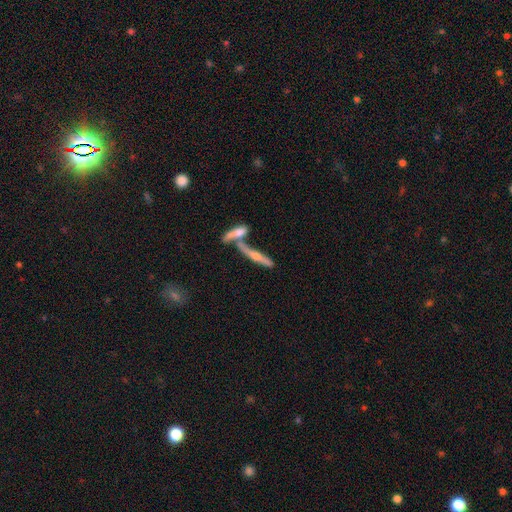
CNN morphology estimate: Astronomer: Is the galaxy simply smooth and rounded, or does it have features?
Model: featured or disk — 62%.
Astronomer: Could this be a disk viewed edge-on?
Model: yes — 88%.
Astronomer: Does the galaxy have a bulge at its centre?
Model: rounded — 81%.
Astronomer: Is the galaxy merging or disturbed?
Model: none — 45% (runner-up: merger, 41%).